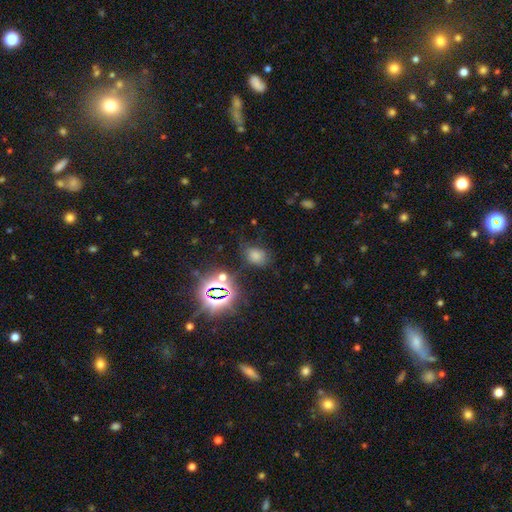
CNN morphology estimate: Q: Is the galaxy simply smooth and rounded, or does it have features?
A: smooth — 63%.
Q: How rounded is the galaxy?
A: in between — 63%.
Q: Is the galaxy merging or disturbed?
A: none — 67%.